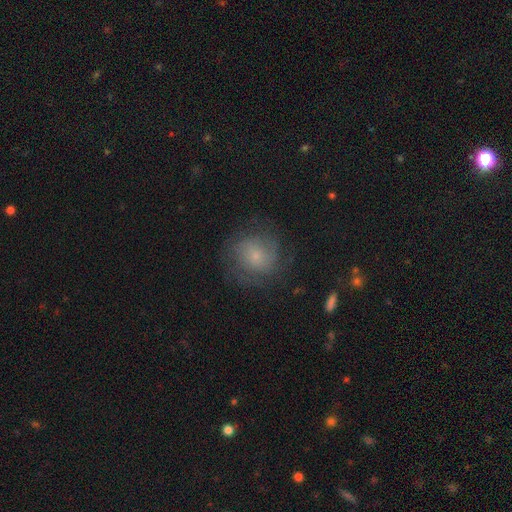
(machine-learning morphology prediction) This is possibly a smooth galaxy (46%). Merging: likely none (69%).